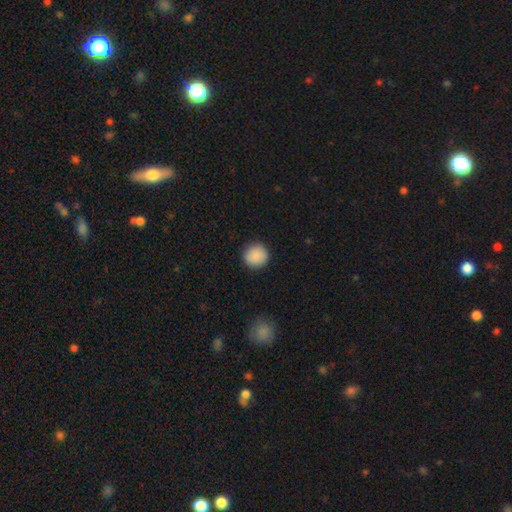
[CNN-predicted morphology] smooth_or_featured: smooth (p=0.89) [alt: star or artifact p=0.08]
how_rounded: round (p=0.93) [alt: in between p=0.06]
merging: none (p=0.90) [alt: minor disturbance p=0.07]